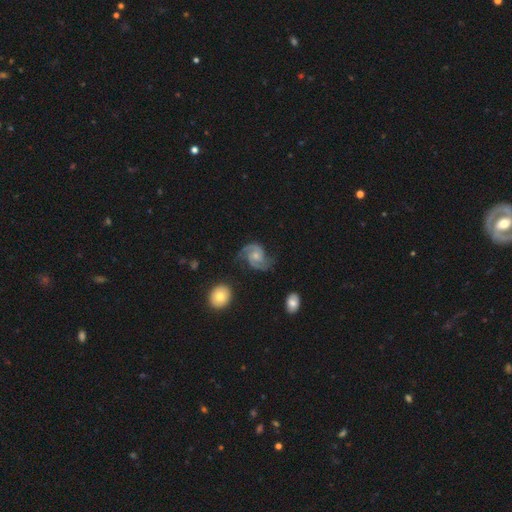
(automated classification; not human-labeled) This is clearly a featured or disk galaxy (90%). It is clearly not viewed edge-on (98%). Bar: likely no (61%). Spiral arm pattern: clearly yes (98%). Spiral arm count: clearly 2 (91%). Spiral winding: possibly medium (57%). Central bulge: possibly small (49%). Merging: likely none (70%).